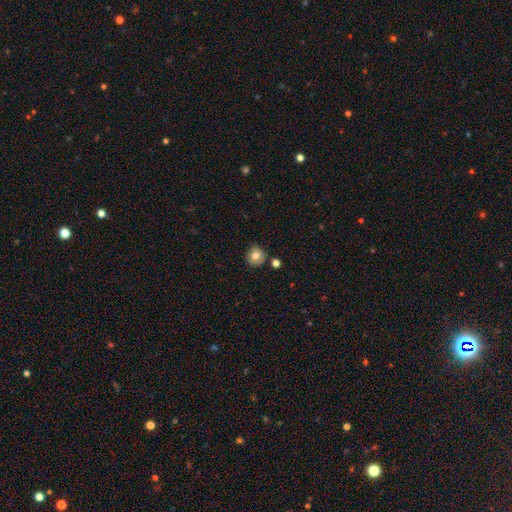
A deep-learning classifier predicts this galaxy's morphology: type=smooth (76%); roundness=round (85%); merging=none (81%).